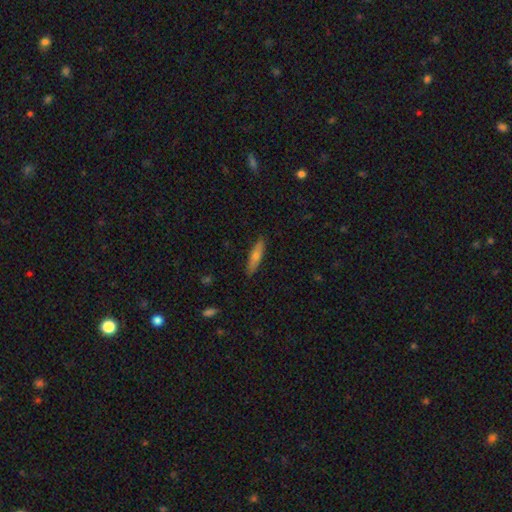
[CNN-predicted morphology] A smooth galaxy with no disk features (57%) that is cigar-shaped (76%).

Vote fractions:
- Smooth or featured? smooth: 57% / featured or disk: 37% / star or artifact: 6%
- How rounded? cigar-shaped: 76% / in between: 22% / round: 2%
- Merging? none: 88% / minor disturbance: 9% / major disturbance: 2% / merger: 1%